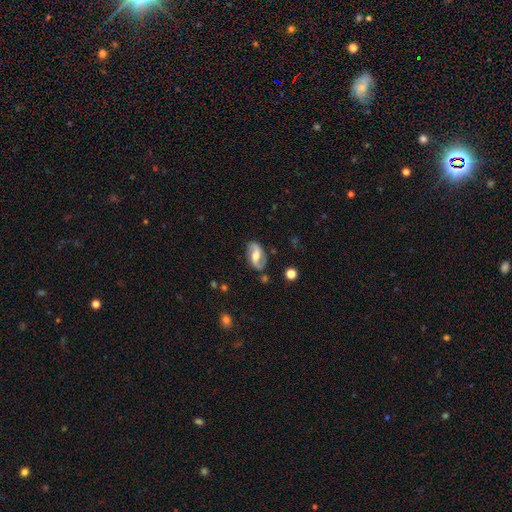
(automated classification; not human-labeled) Smooth or featured? featured or disk (80%)
Edge-on disk? no (96%)
Bar? weak (42%)
Spiral arms? yes (93%)
Spiral winding? loose (52%)
Spiral arm count? 2 (92%)
Bulge size? moderate (63%)
Merging? none (80%)